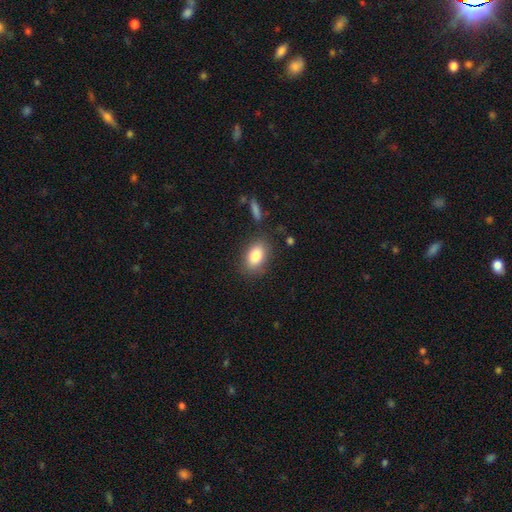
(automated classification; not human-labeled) A smooth galaxy with no disk features (83%) that is in between round and cigar-shaped (85%).

Vote fractions:
- Smooth or featured? smooth: 83% / featured or disk: 9% / star or artifact: 8%
- How rounded? in between: 85% / round: 13% / cigar-shaped: 2%
- Merging? none: 81% / minor disturbance: 12% / major disturbance: 4% / merger: 3%